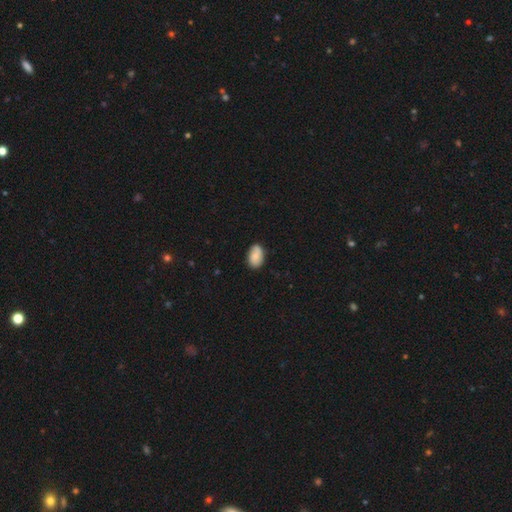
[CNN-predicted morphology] The model was most divided on "smooth or featured": smooth: 77%, featured or disk: 16%, star or artifact: 7%. More confident: how rounded — in between (89%); merging — none (78%).